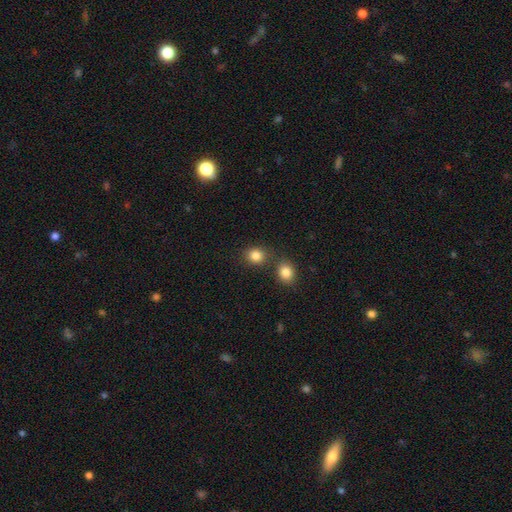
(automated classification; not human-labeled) The model was most divided on "merging": none: 71%, merger: 18%, minor disturbance: 9%, major disturbance: 3%. More confident: smooth or featured — smooth (84%); how rounded — round (78%).